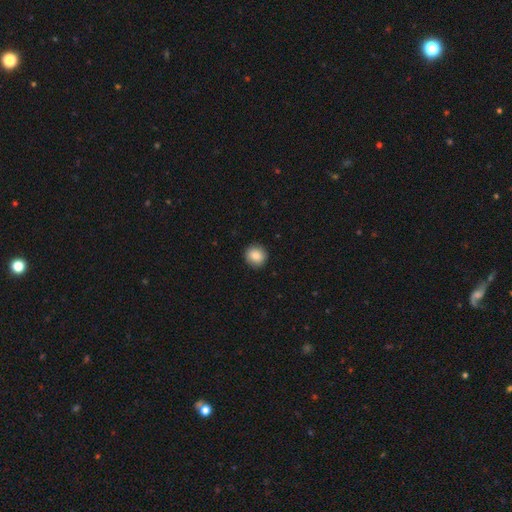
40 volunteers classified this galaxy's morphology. Volunteers were most divided on "how rounded": round: 89%, in between: 11%, cigar-shaped: 0%. More confident: smooth or featured — smooth (92%); merging — none (90%).